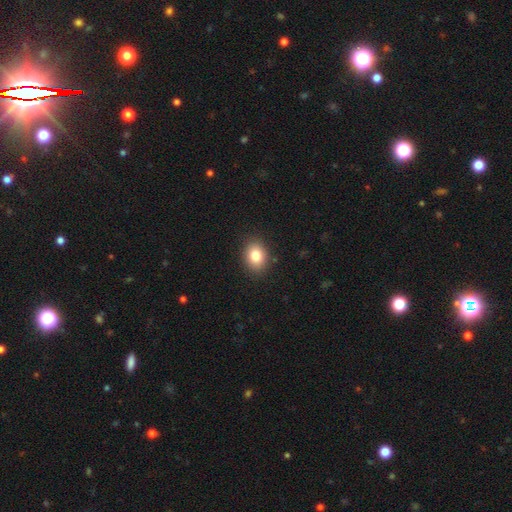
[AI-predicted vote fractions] A smooth galaxy with no disk features (83%) that is in between round and cigar-shaped (58%). Merging: none (88%).